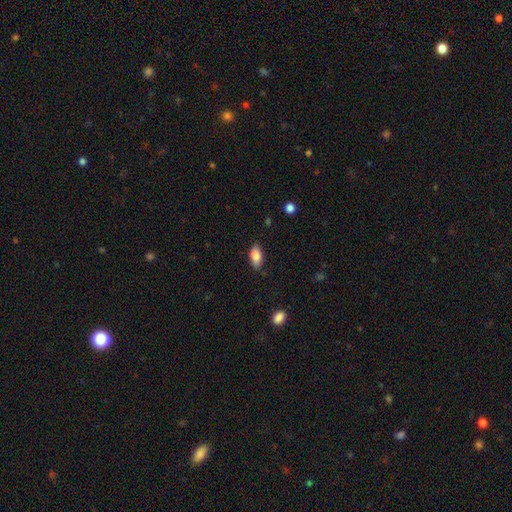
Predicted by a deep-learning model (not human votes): Smooth or featured? smooth (85%)
How rounded? in between (90%)
Merging? none (81%)